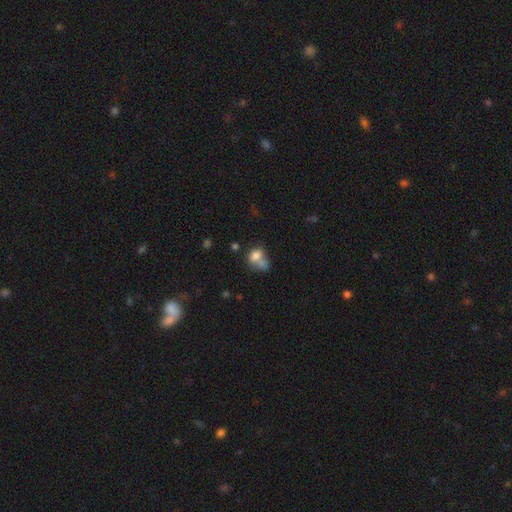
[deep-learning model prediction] smooth_or_featured: smooth (p=0.74) [alt: featured or disk p=0.14]
how_rounded: in between (p=0.61) [alt: round p=0.38]
merging: merger (p=0.49) [alt: none p=0.26]